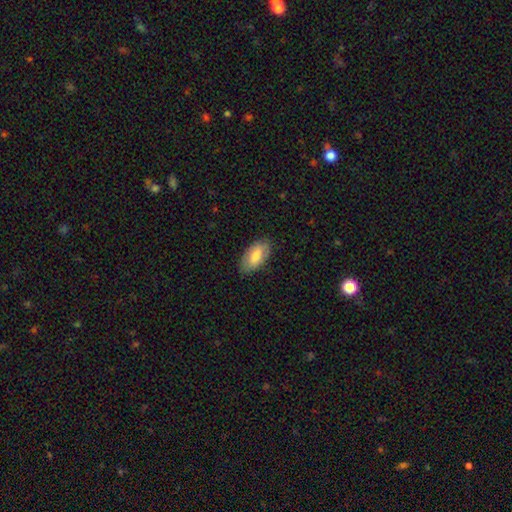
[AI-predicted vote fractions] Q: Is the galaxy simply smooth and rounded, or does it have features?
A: smooth — 73%.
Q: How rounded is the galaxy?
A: in between — 93%.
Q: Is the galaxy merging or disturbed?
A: none — 83%.